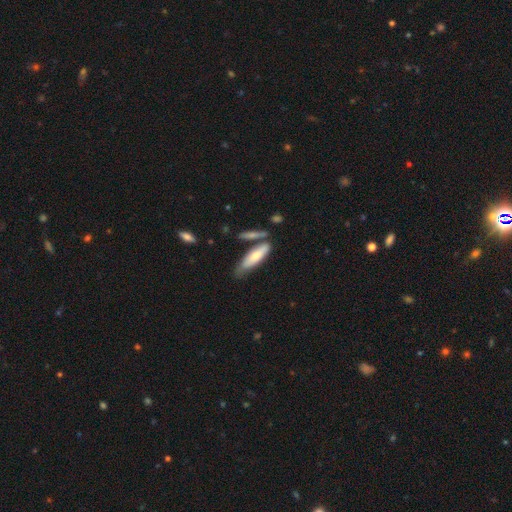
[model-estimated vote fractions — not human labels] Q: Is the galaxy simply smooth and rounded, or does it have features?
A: smooth — 62%.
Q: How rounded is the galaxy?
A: cigar-shaped — 56%.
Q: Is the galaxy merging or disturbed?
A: none — 54%.